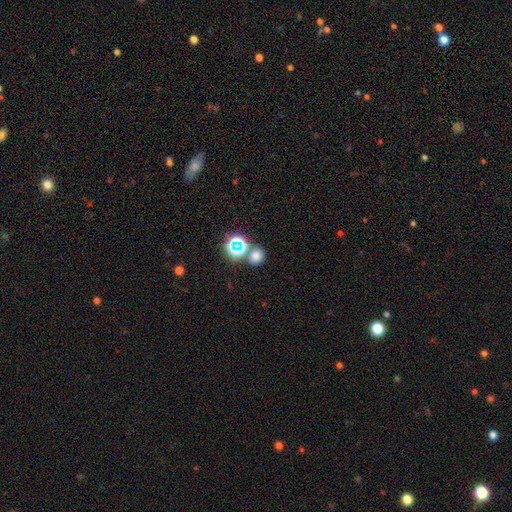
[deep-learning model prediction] This appears to be a smooth galaxy with no disk features (69%) that is round (70%). Merging: none (68%).